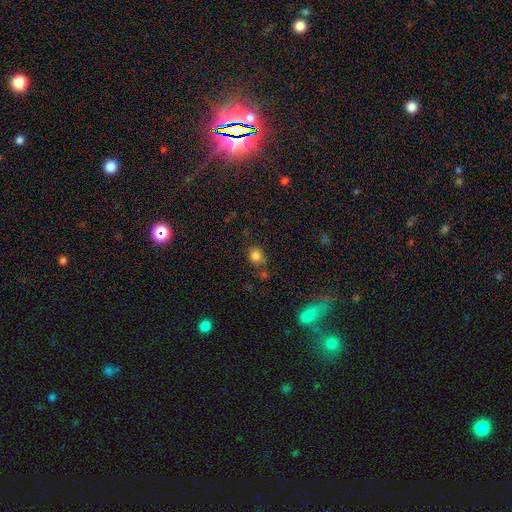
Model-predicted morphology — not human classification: Smooth or featured? smooth (82%)
How rounded? round (68%)
Merging? none (68%)